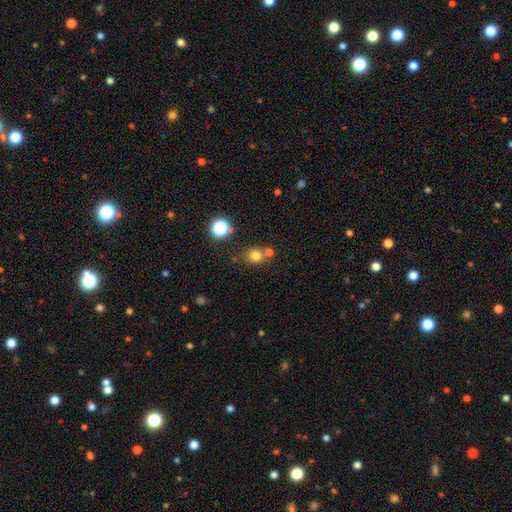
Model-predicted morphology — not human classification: Smooth or featured?
  - smooth: 76% *
  - star or artifact: 16%
  - featured or disk: 8%
How rounded?
  - round: 79% *
  - in between: 20%
  - cigar-shaped: 1%
Merging?
  - none: 64% *
  - merger: 23%
  - minor disturbance: 10%
  - major disturbance: 3%